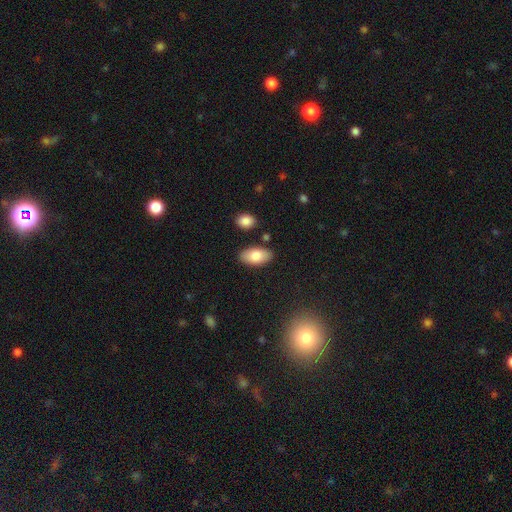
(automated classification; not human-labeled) Morphology: type=smooth (82%); roundness=in between (94%); merging=none (84%).